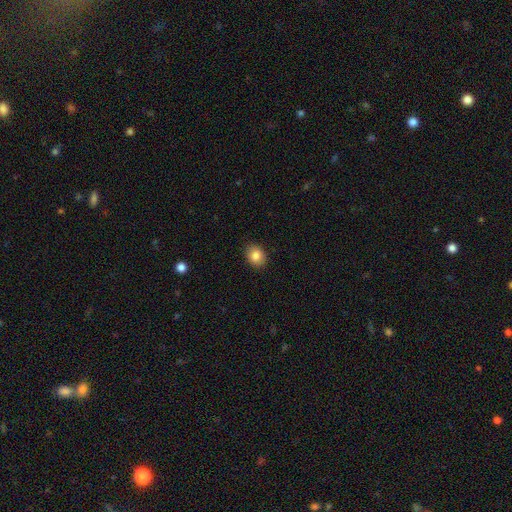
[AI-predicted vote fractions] This appears to be a smooth galaxy with no disk features (86%) that is round (51%). Merging: none (88%).